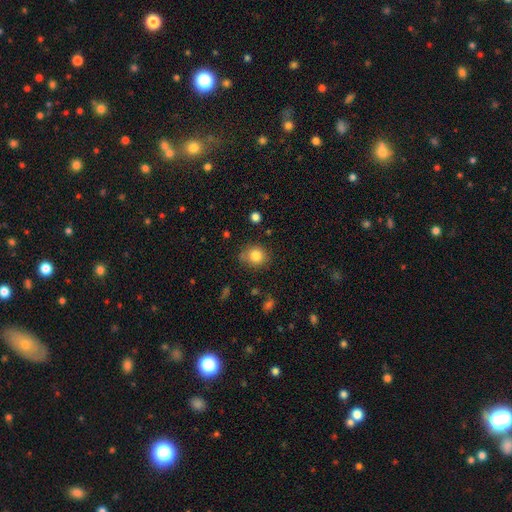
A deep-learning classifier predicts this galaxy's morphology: smooth 83%, star or artifact 10%, featured or disk 7%. Down the decision tree: how rounded — round (78%); merging — none (77%).